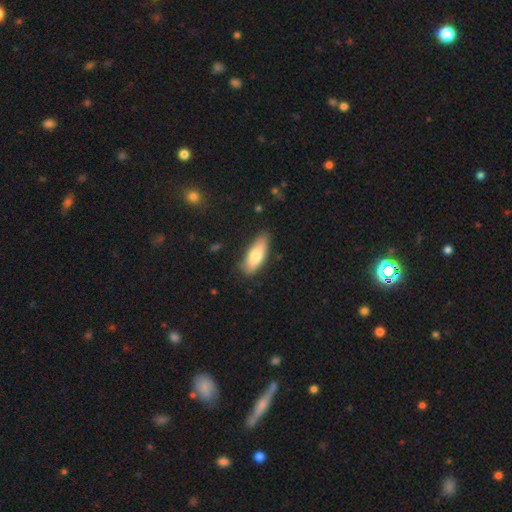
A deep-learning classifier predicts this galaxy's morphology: Q: Smooth or featured?
A: smooth (77%); runner-up: featured or disk (18%)
Q: How rounded?
A: in between (67%); runner-up: cigar-shaped (31%)
Q: Merging?
A: none (82%); runner-up: minor disturbance (14%)